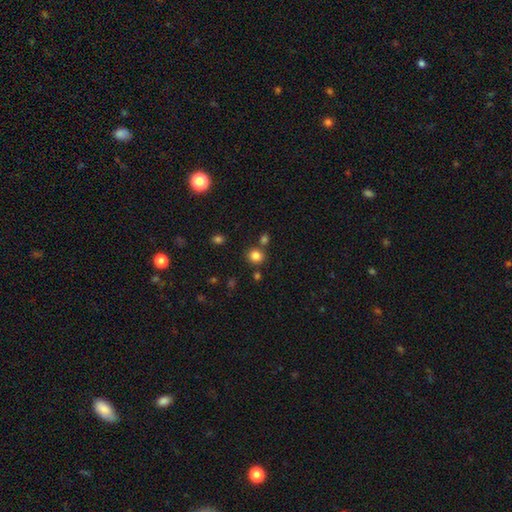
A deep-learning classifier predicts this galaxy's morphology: Overall: smooth (82%). How rounded: round (85%). Merging: none (79%).